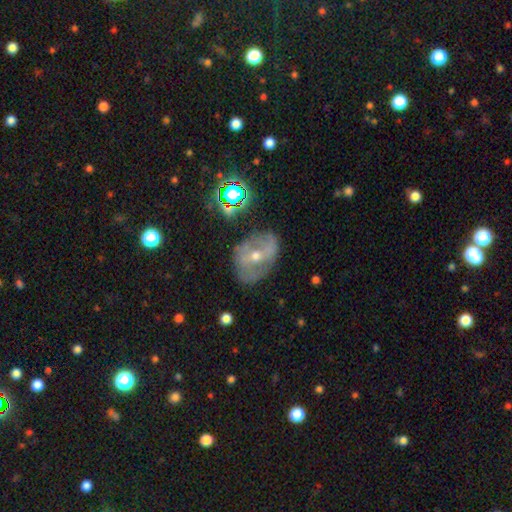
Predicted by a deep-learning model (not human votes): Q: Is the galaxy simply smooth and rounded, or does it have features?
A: featured or disk — 69%.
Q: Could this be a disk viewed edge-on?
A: no — 94%.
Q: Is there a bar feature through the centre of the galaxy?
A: weak — 40%.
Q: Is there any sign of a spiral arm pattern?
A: yes — 66%.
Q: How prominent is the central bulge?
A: moderate — 52%.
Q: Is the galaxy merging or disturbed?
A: none — 68%.